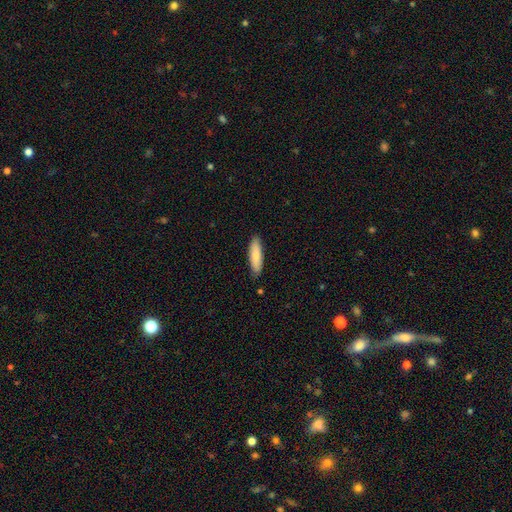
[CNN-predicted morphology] Q: Smooth or featured?
A: smooth (82%); runner-up: featured or disk (13%)
Q: How rounded?
A: cigar-shaped (56%); runner-up: in between (43%)
Q: Merging?
A: none (86%); runner-up: minor disturbance (11%)